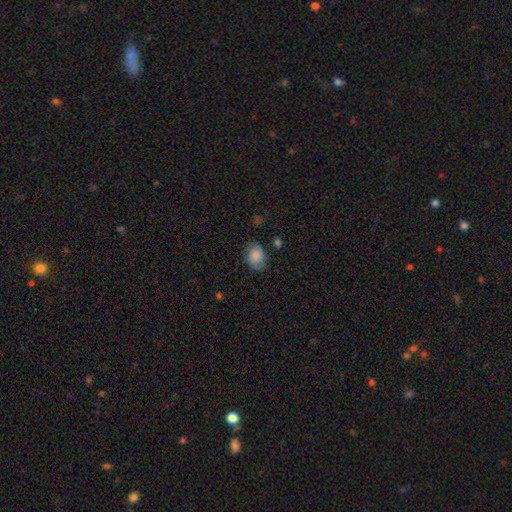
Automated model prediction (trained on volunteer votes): smooth_or_featured: smooth (p=0.67) [alt: featured or disk p=0.24]
how_rounded: in between (p=0.69) [alt: round p=0.30]
merging: none (p=0.68) [alt: minor disturbance p=0.23]